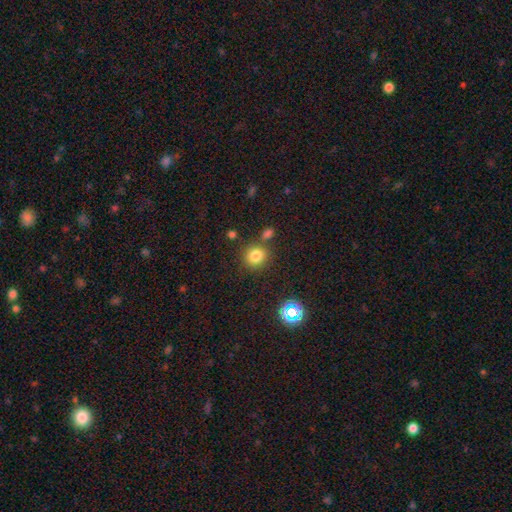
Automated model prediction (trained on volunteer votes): A smooth galaxy with no disk features (78%) that is round (88%). Merging: none (78%).